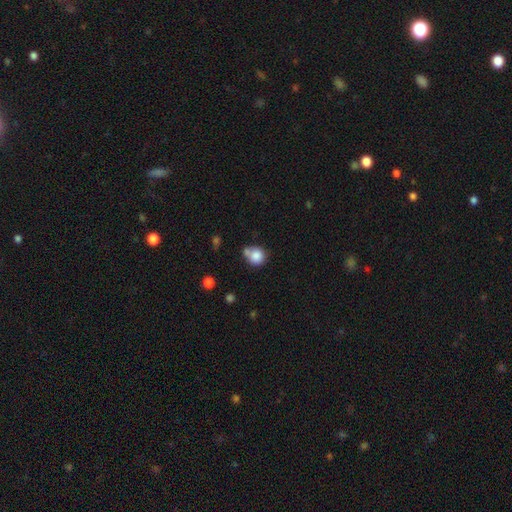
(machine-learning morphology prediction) smooth 83%, star or artifact 10%, featured or disk 7%. Down the decision tree: how rounded — round (83%); merging — none (51%).